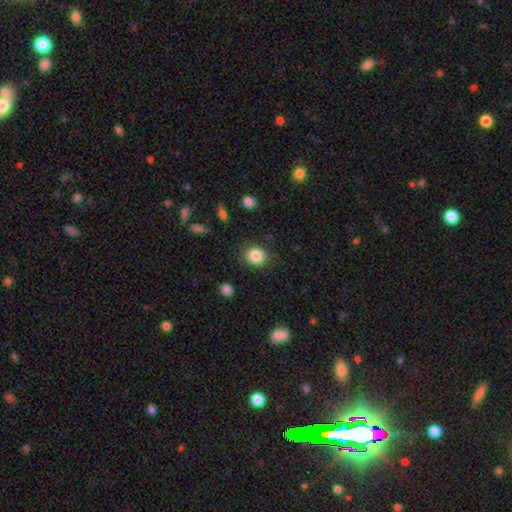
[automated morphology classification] type=smooth (86%); roundness=round (82%); merging=none (86%).